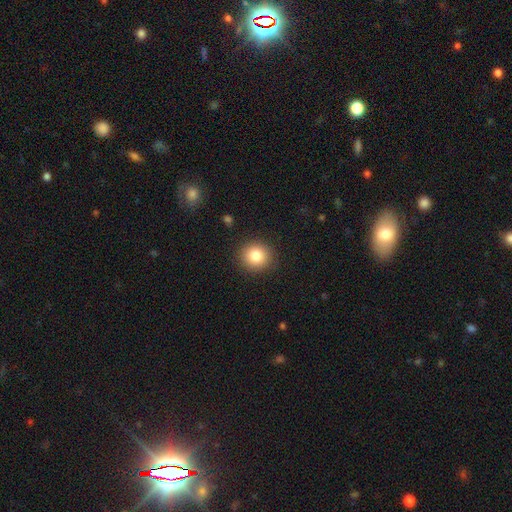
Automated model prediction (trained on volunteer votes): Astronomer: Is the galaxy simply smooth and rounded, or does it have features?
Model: smooth — 83%.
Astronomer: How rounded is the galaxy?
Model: round — 88%.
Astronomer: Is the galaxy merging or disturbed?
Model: none — 90%.